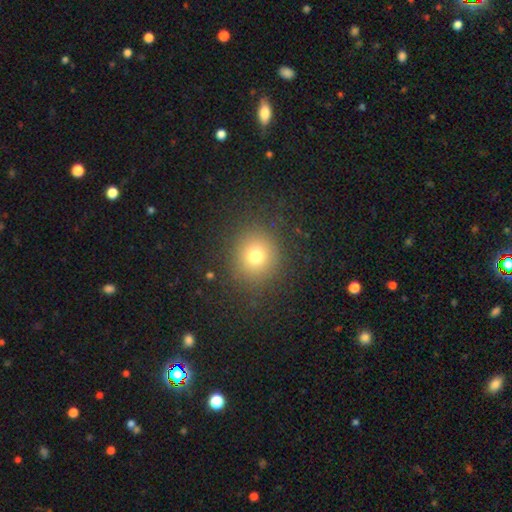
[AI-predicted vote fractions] Q: Smooth or featured?
A: smooth (74%); runner-up: star or artifact (16%)
Q: How rounded?
A: round (86%); runner-up: in between (13%)
Q: Merging?
A: none (87%); runner-up: minor disturbance (8%)